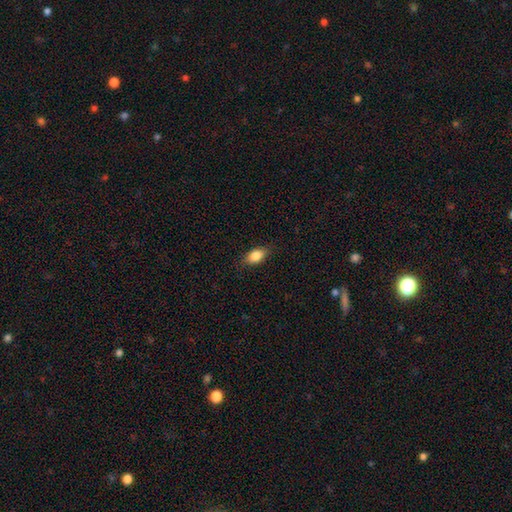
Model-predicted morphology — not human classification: A smooth galaxy with no disk features (85%) that is in between round and cigar-shaped (87%).

Vote fractions:
- Smooth or featured? smooth: 85% / featured or disk: 8% / star or artifact: 7%
- How rounded? in between: 87% / round: 7% / cigar-shaped: 6%
- Merging? none: 84% / minor disturbance: 13% / major disturbance: 3% / merger: 1%